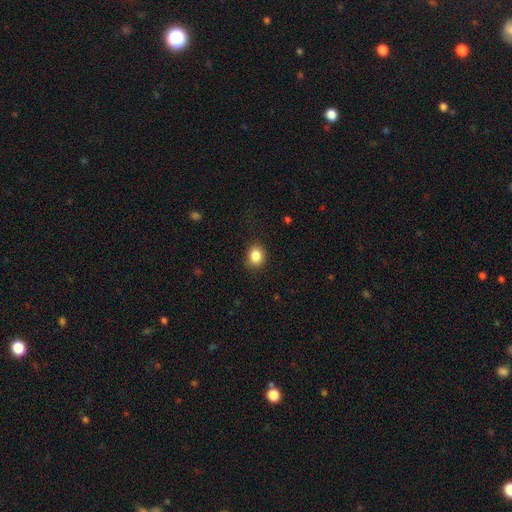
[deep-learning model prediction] smooth-or-featured: smooth: 86% | star or artifact: 9% | featured or disk: 5%
  how-rounded: round: 54% | in between: 45% | cigar-shaped: 1%
  merging: none: 86% | minor disturbance: 10% | major disturbance: 3% | merger: 1%